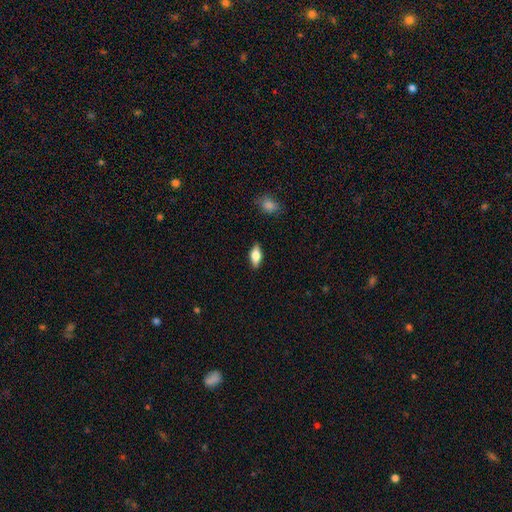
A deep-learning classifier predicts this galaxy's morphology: Smooth or featured: smooth — 61% (featured or disk — 32%)
How rounded: in between — 81% (cigar-shaped — 15%)
Merging: none — 87% (minor disturbance — 10%)